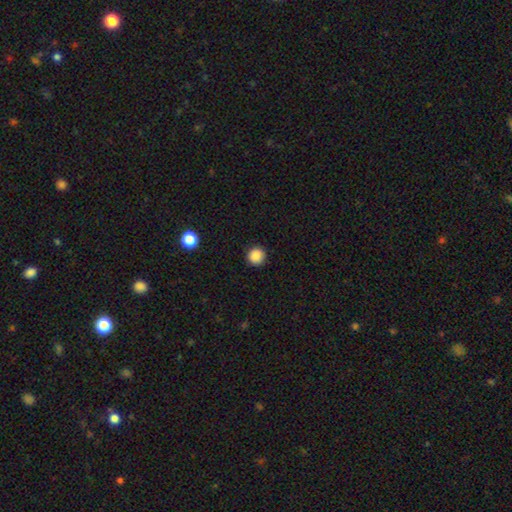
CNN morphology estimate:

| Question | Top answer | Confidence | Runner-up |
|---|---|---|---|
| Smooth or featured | smooth | 87% | star or artifact (10%) |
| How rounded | round | 94% | in between (5%) |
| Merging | none | 91% | minor disturbance (6%) |